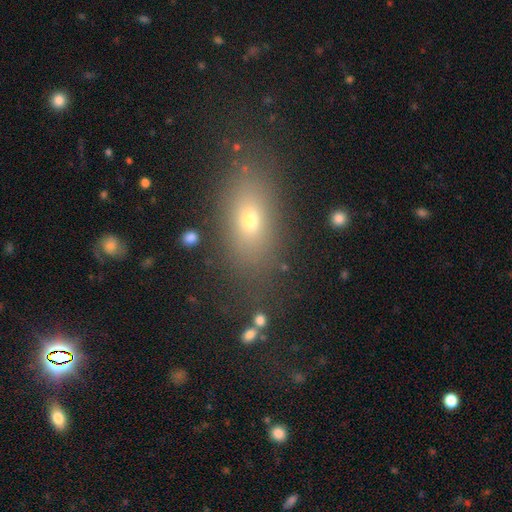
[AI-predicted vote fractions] Smooth or featured? smooth (64%)
How rounded? in between (71%)
Merging? none (82%)